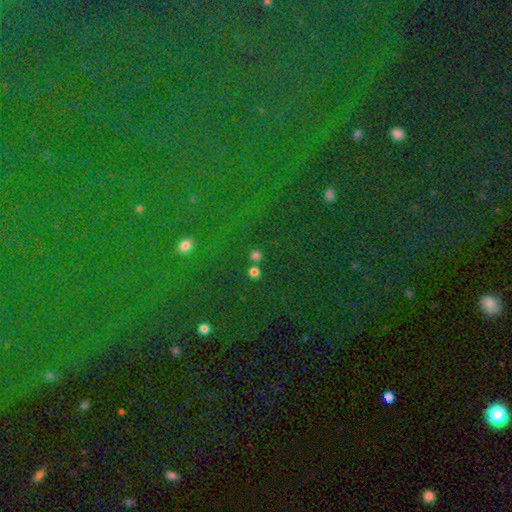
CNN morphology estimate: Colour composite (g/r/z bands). It shows a smooth galaxy with no disk features (74%) that is round (89%). Merging: none (75%).